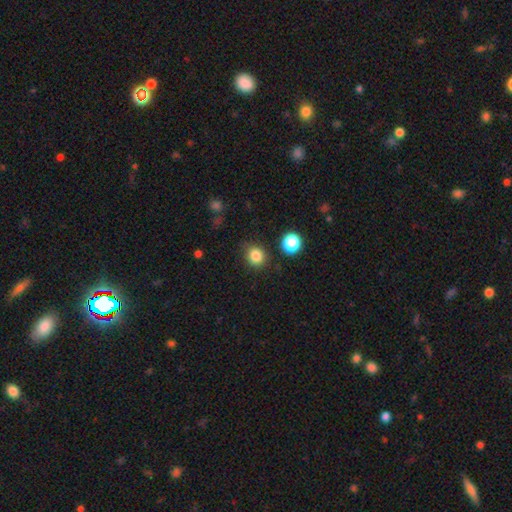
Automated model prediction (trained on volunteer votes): This appears to be a smooth galaxy with no disk features (84%) that is round (80%). Merging: none (83%).